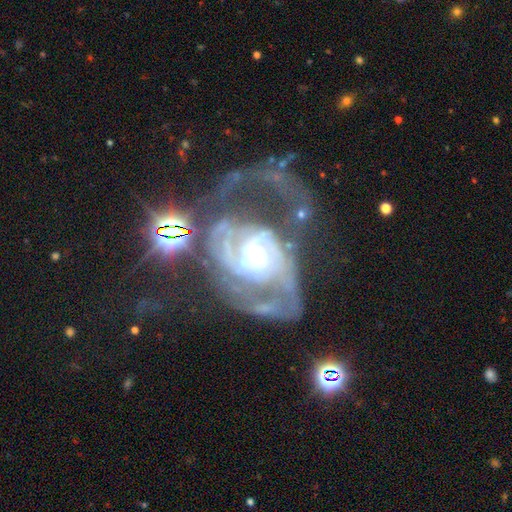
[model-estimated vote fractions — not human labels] featured or disk 90%, star or artifact 6%, smooth 5%. Down the decision tree: edge-on disk — no (97%); bar — no (52%); spiral arms — yes (93%); spiral arm count — 2 (47%); spiral winding — medium (42%); bulge size — moderate (62%); merging — major disturbance (52%).